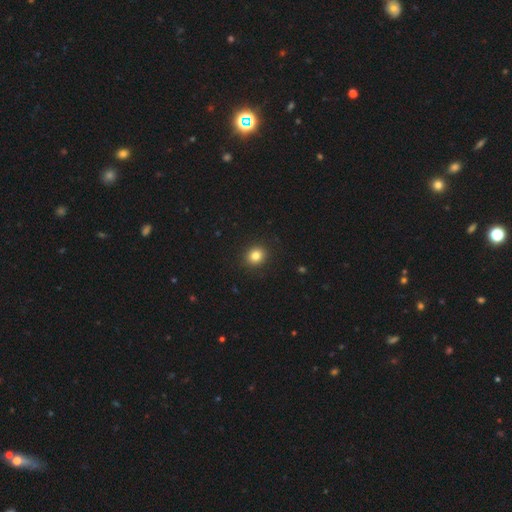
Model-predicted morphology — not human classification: smooth_or_featured: smooth (p=0.83) [alt: star or artifact p=0.11]
how_rounded: round (p=0.78) [alt: in between p=0.21]
merging: none (p=0.91) [alt: minor disturbance p=0.06]